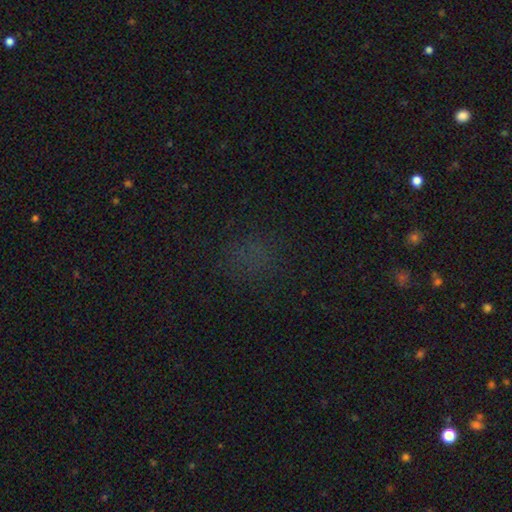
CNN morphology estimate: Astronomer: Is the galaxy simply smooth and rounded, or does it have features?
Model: star or artifact — 48% (runner-up: smooth, 44%).